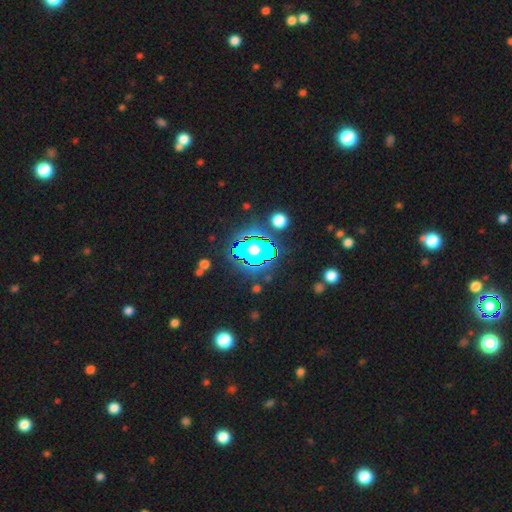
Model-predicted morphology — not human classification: star or artifact 79%, smooth 13%, featured or disk 8%.